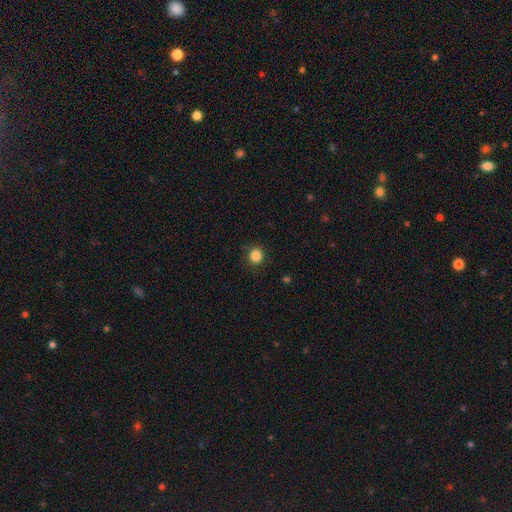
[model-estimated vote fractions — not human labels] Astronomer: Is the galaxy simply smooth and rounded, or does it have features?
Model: smooth — 86%.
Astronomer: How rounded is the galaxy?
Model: round — 92%.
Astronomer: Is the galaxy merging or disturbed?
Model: none — 87%.